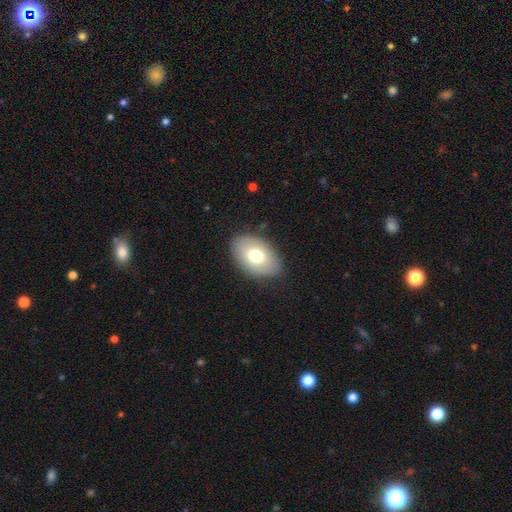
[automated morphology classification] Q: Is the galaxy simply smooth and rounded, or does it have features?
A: smooth — 72%.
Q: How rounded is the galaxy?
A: in between — 90%.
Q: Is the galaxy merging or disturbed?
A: none — 83%.